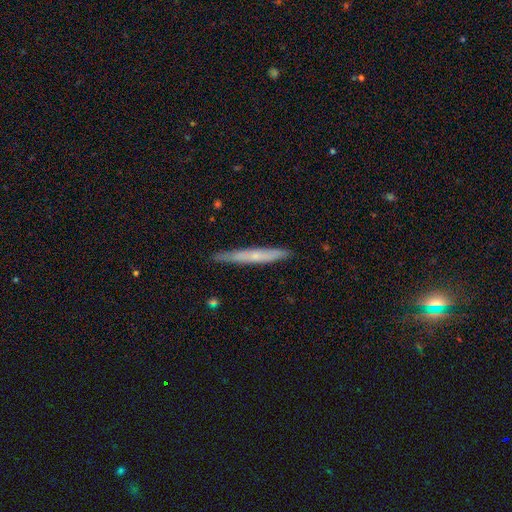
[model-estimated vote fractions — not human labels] This appears to be a smooth galaxy with no disk features (47%). Merging: none (87%).